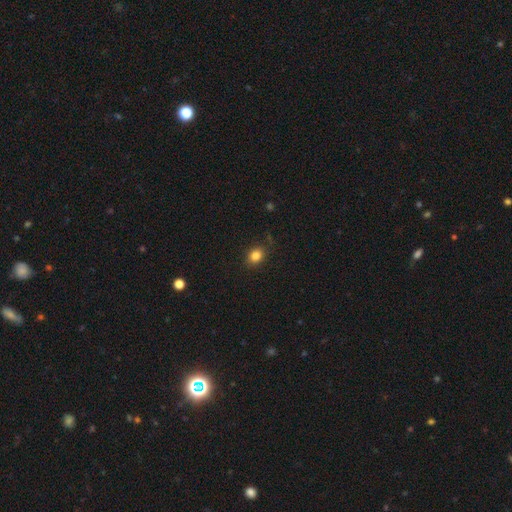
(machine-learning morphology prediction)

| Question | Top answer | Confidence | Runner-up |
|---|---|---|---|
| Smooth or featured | smooth | 83% | star or artifact (11%) |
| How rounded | in between | 51% | round (48%) |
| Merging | none | 84% | minor disturbance (12%) |